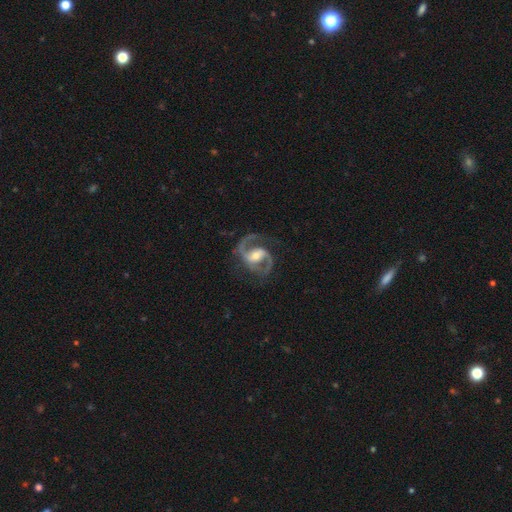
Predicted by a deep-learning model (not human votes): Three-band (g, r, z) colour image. It shows a featured or disk galaxy (92%) with a weak bar (44%), 2 (92%) medium (63%) spiral arms (98%) and a moderate central bulge (57%). Merging: none (76%).